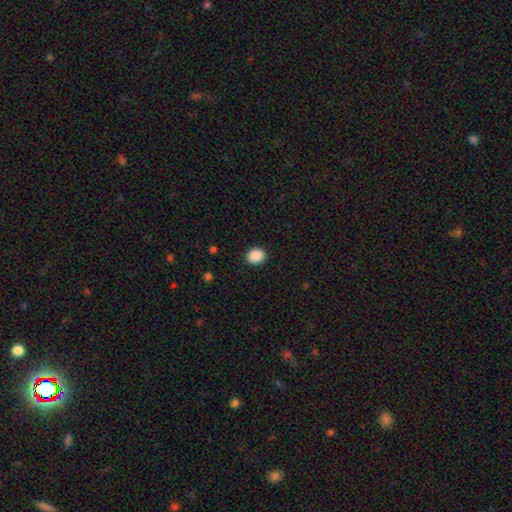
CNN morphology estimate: Q: Smooth or featured?
A: smooth (89%); runner-up: star or artifact (8%)
Q: How rounded?
A: round (61%); runner-up: in between (39%)
Q: Merging?
A: none (91%); runner-up: minor disturbance (6%)